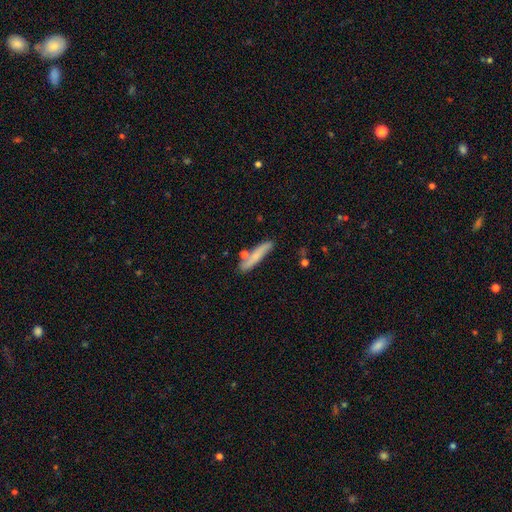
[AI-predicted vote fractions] Smooth or featured?
  - smooth: 61% *
  - featured or disk: 32%
  - star or artifact: 6%
How rounded?
  - cigar-shaped: 87% *
  - in between: 11%
  - round: 2%
Merging?
  - none: 71% *
  - minor disturbance: 17%
  - merger: 9%
  - major disturbance: 4%